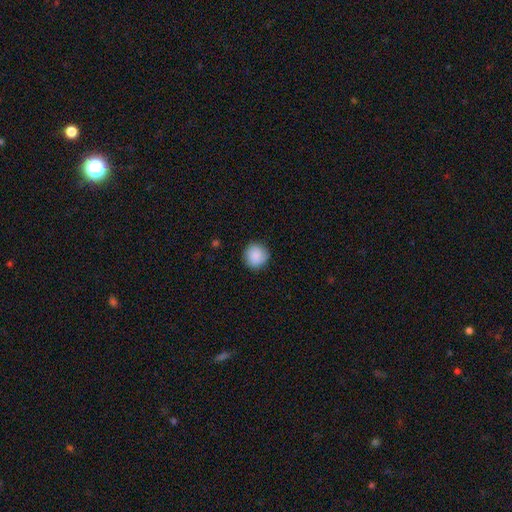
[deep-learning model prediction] A smooth galaxy with no disk features (88%) that is round (93%).

Vote fractions:
- Smooth or featured? smooth: 88% / star or artifact: 7% / featured or disk: 5%
- How rounded? round: 93% / in between: 6% / cigar-shaped: 1%
- Merging? none: 88% / minor disturbance: 9% / major disturbance: 2% / merger: 1%